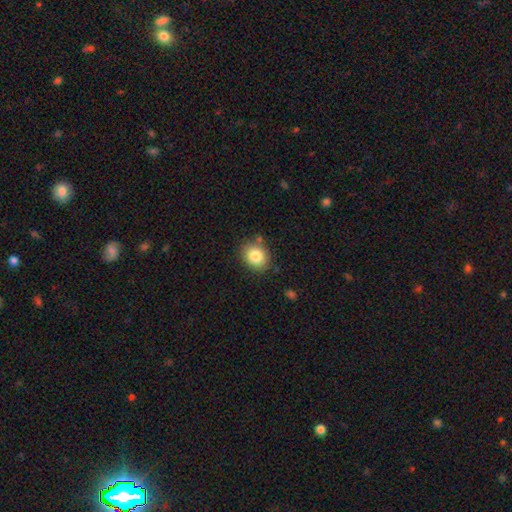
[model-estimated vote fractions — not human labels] A smooth galaxy with no disk features (83%) that is round (60%). Merging: none (81%).